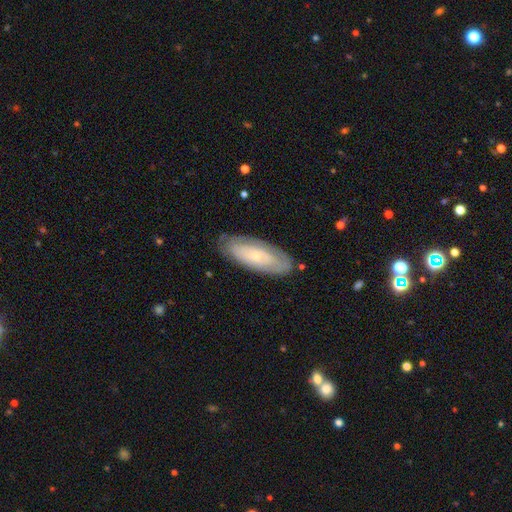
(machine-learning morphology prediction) type=featured or disk (51%); edge-on=no (83%); merging=none (78%).